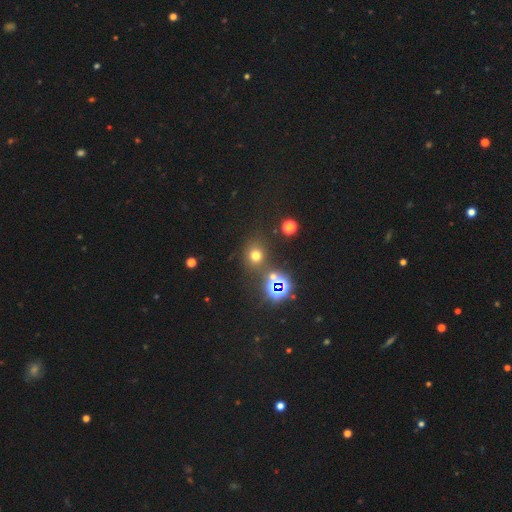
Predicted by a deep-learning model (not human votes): The model was most divided on "smooth or featured": smooth: 60%, star or artifact: 32%, featured or disk: 8%. More confident: how rounded — round (84%); merging — none (76%).